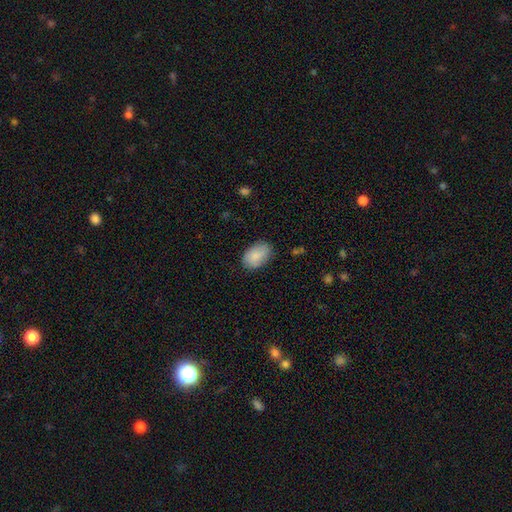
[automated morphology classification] smooth-or-featured: smooth: 84% | featured or disk: 10% | star or artifact: 6%
  how-rounded: in between: 90% | round: 9% | cigar-shaped: 1%
  merging: none: 80% | minor disturbance: 15% | major disturbance: 3% | merger: 1%